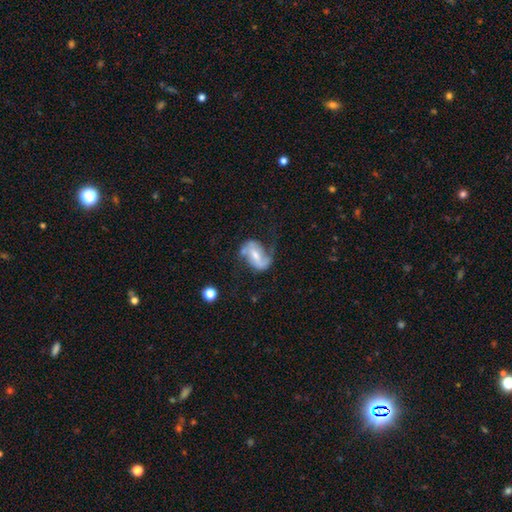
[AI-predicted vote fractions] smooth-or-featured: featured or disk: 76% | smooth: 18% | star or artifact: 6%
  disk-edge-on: no: 97% | yes: 3%
    bar: weak: 44% | strong: 32% | no: 24%
    has-spiral-arms: yes: 91% | no: 9%
      spiral-winding: loose: 49% | medium: 38% | tight: 13%
      spiral-arm-count: 2: 76% | 1: 16% | can't tell: 6% | 3: 1% | 4: 1% | more than 4: 1%
    bulge-size: moderate: 49% | small: 38% | none: 6% | large: 6% | dominant: 1%
  merging: none: 46% | major disturbance: 25% | minor disturbance: 24% | merger: 5%